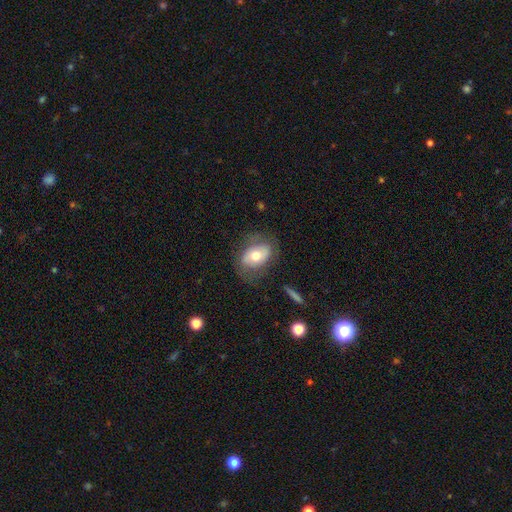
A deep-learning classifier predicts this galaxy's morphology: Smooth or featured? smooth (51%)
How rounded? in between (79%)
Merging? none (66%)